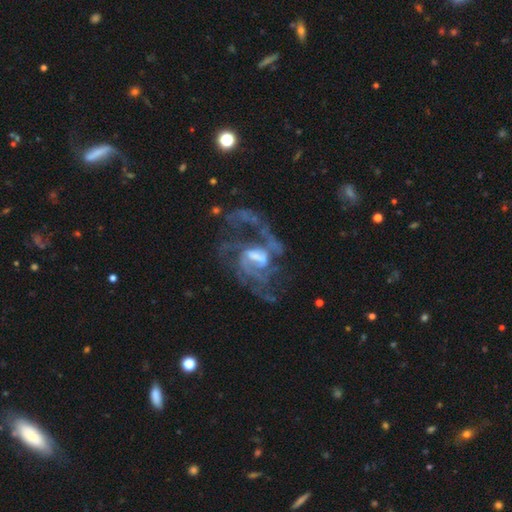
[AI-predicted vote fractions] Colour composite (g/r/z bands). It shows a featured or disk galaxy (87%) with a weak bar (51%), 2 (42%) medium (50%) spiral arms (93%) and a moderate central bulge (40%). Merging: none (43%).